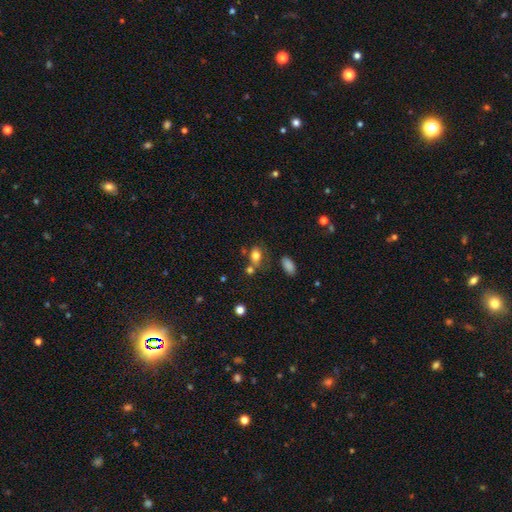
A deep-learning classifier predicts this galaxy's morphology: Overall: smooth (78%). How rounded: in between (73%). Merging: none (53%; merger 21%).